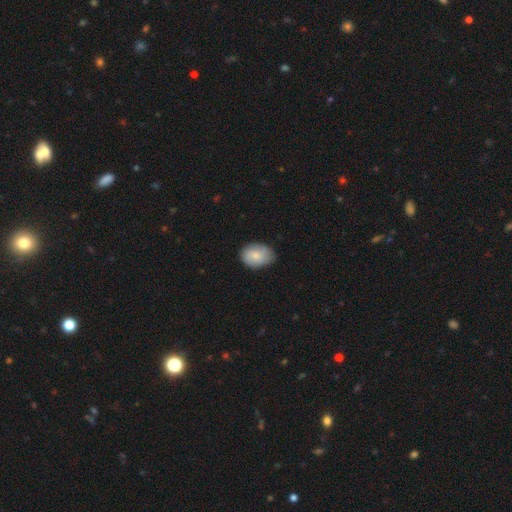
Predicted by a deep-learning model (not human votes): Q: Smooth or featured?
A: smooth (78%); runner-up: featured or disk (16%)
Q: How rounded?
A: in between (79%); runner-up: round (20%)
Q: Merging?
A: none (74%); runner-up: minor disturbance (21%)